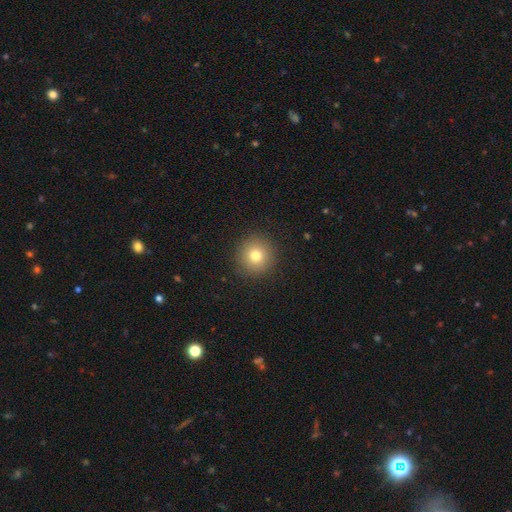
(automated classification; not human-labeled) Overall: smooth (77%). How rounded: round (95%). Merging: none (92%).